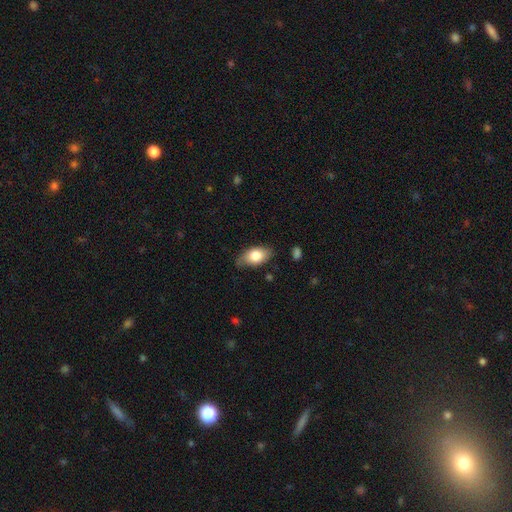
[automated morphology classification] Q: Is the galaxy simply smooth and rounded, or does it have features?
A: smooth — 77%.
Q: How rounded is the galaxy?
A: in between — 91%.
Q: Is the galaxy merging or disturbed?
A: none — 69%.